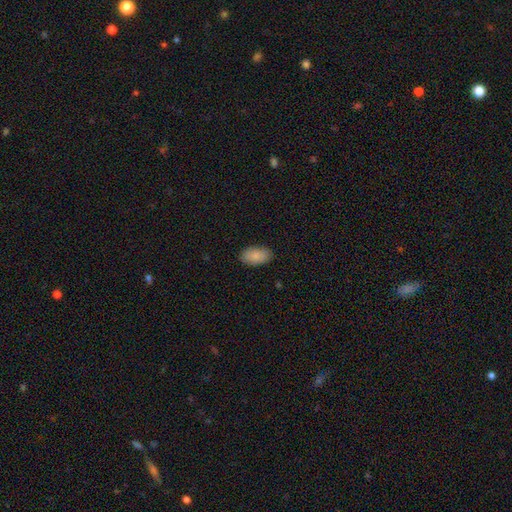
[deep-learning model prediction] Overall: smooth (88%). How rounded: in between (95%). Merging: none (88%).